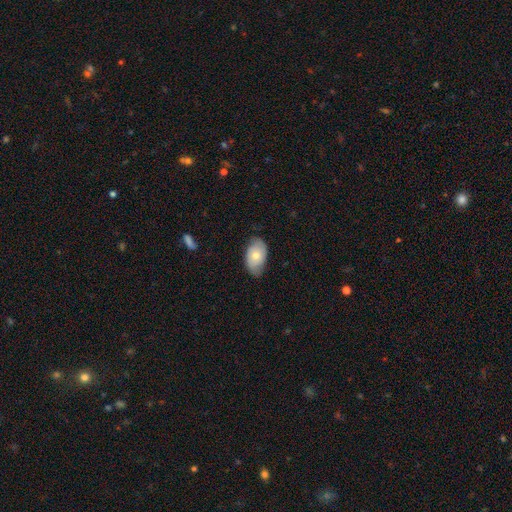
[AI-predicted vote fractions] smooth 69%, featured or disk 25%, star or artifact 6%. Down the decision tree: how rounded — in between (93%); merging — none (70%).